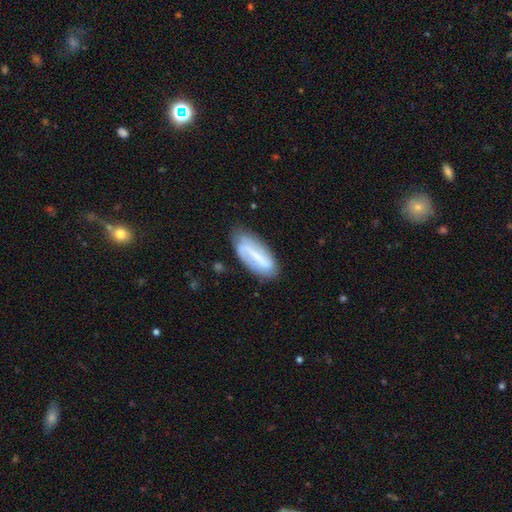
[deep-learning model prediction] A featured or disk galaxy (58%) with a strong bar (63%), spiral arms (68%) and a small central bulge (41%). Merging: none (76%).